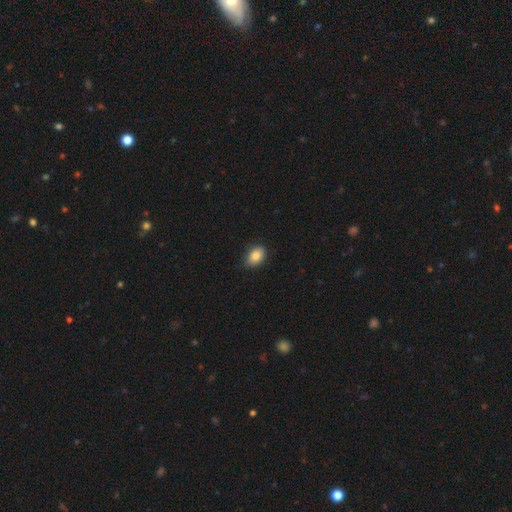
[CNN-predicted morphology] smooth 86%, star or artifact 8%, featured or disk 5%. Down the decision tree: how rounded — in between (80%); merging — none (79%).